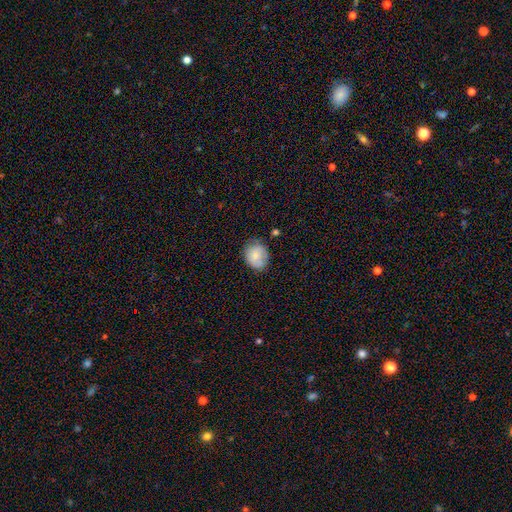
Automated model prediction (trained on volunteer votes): This appears to be a smooth galaxy with no disk features (80%) that is round (59%). Merging: none (67%).